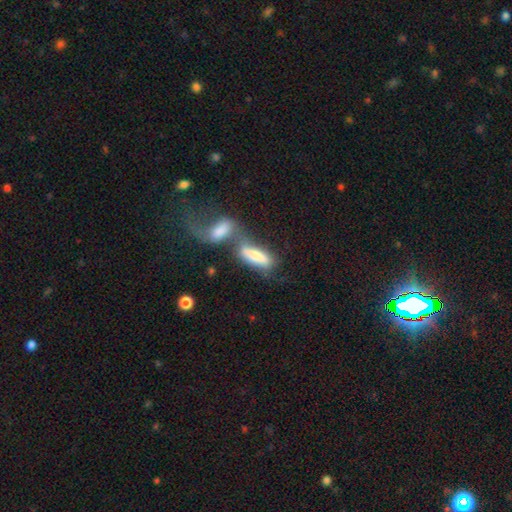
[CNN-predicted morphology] This is likely a smooth galaxy (71%). How rounded: likely in between (62%). Merging: likely merger (64%).